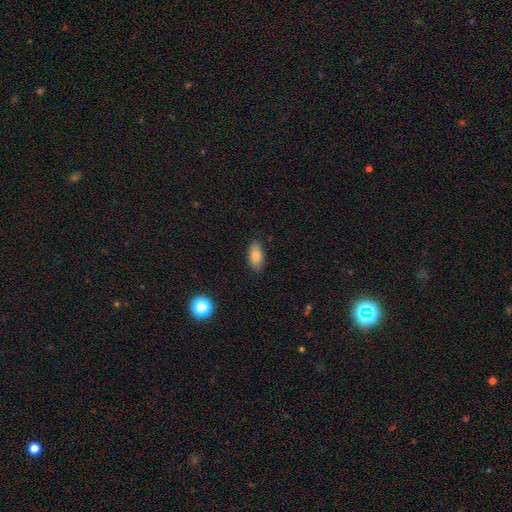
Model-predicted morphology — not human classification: This appears to be a smooth galaxy with no disk features (84%) that is in between round and cigar-shaped (91%). Merging: none (86%).